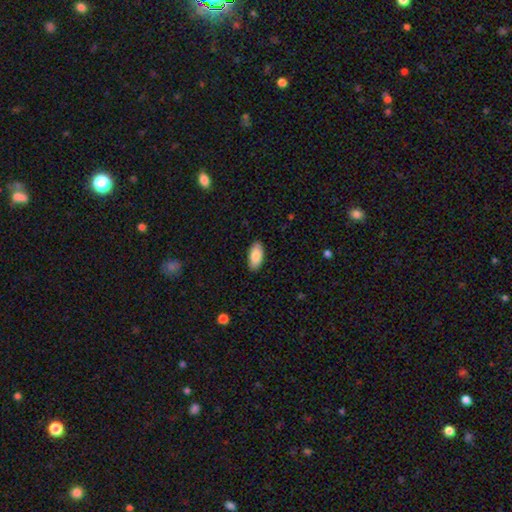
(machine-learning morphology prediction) Smooth or featured?
  - smooth: 88% *
  - featured or disk: 7%
  - star or artifact: 6%
How rounded?
  - in between: 93% *
  - cigar-shaped: 5%
  - round: 2%
Merging?
  - none: 88% *
  - minor disturbance: 9%
  - major disturbance: 2%
  - merger: 1%